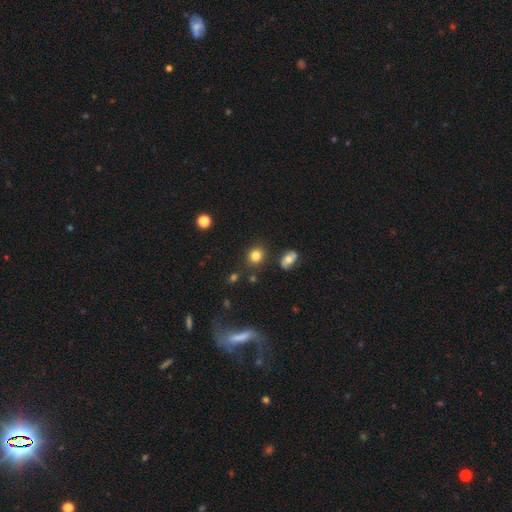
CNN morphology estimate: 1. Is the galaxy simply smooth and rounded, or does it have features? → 81% smooth, 12% star or artifact, 7% featured or disk.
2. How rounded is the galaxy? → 78% round, 21% in between, 1% cigar-shaped.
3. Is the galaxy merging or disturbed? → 84% none, 9% minor disturbance, 4% merger, 3% major disturbance.